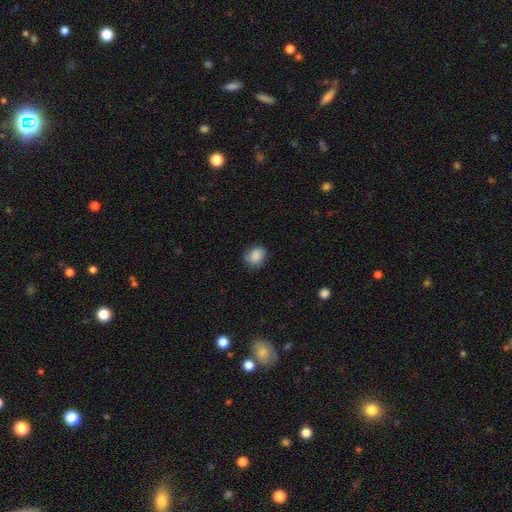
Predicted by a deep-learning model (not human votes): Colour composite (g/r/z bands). It shows a smooth galaxy with no disk features (86%) that is round (61%). Merging: none (72%).